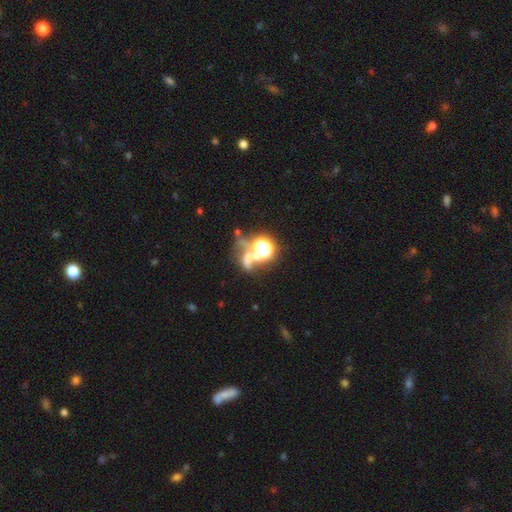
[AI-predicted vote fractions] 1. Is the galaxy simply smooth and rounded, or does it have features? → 47% star or artifact, 34% smooth, 19% featured or disk.